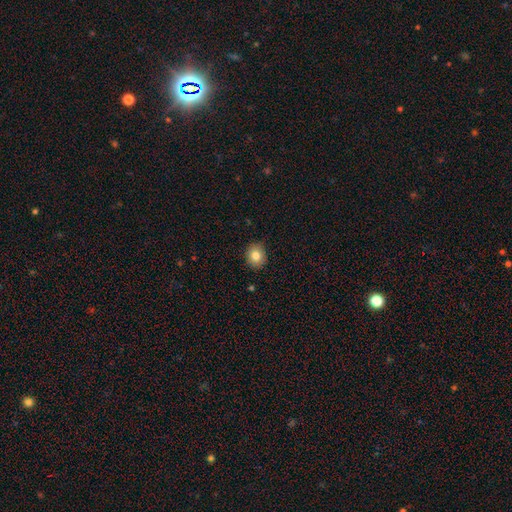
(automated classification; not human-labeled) Q: Smooth or featured?
A: smooth (83%); runner-up: star or artifact (9%)
Q: How rounded?
A: round (70%); runner-up: in between (29%)
Q: Merging?
A: none (89%); runner-up: minor disturbance (9%)